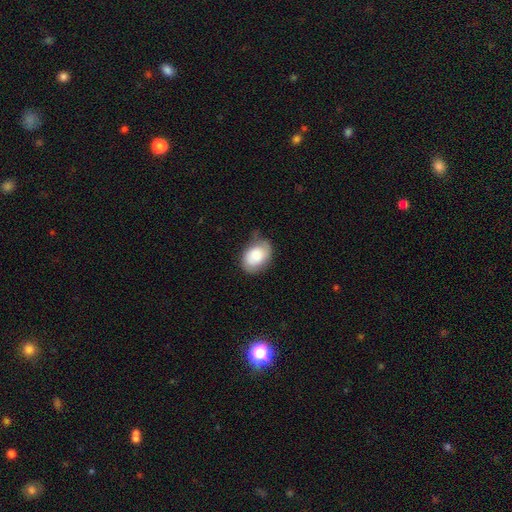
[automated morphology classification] Overall: smooth (78%). How rounded: in between (82%). Merging: none (48%; minor disturbance 38%).